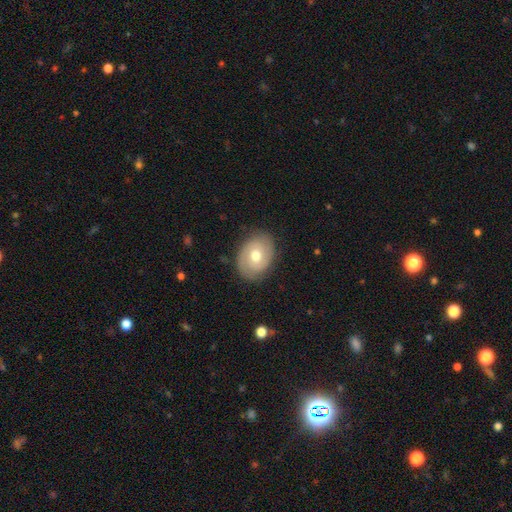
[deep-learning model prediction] featured or disk 62%, smooth 31%, star or artifact 6%. Down the decision tree: edge-on disk — no (96%); bar — no (67%); spiral arms — yes (77%); bulge size — moderate (78%); merging — none (82%).